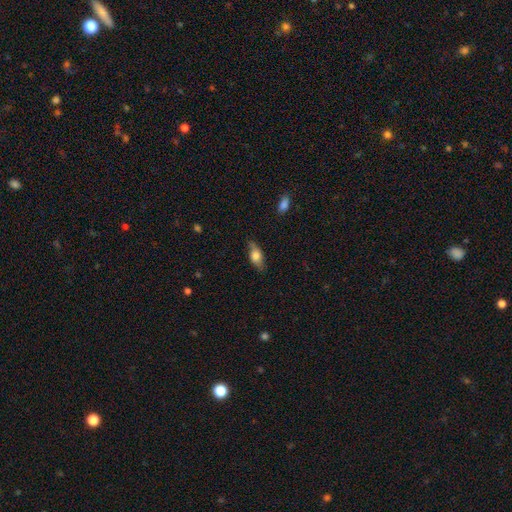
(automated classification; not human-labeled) smooth_or_featured: smooth (p=0.69) [alt: featured or disk p=0.25]
how_rounded: in between (p=0.78) [alt: cigar-shaped p=0.16]
merging: none (p=0.75) [alt: minor disturbance p=0.20]